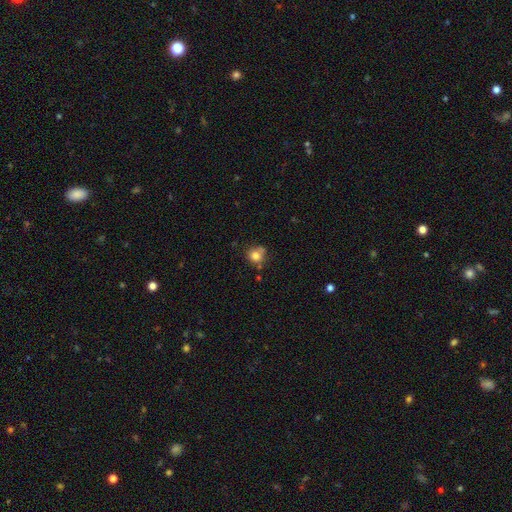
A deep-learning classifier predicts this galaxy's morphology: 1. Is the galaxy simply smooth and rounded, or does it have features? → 78% smooth, 11% star or artifact, 10% featured or disk.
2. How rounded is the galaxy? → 85% round, 14% in between, 1% cigar-shaped.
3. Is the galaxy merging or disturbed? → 60% none, 18% minor disturbance, 16% merger, 6% major disturbance.